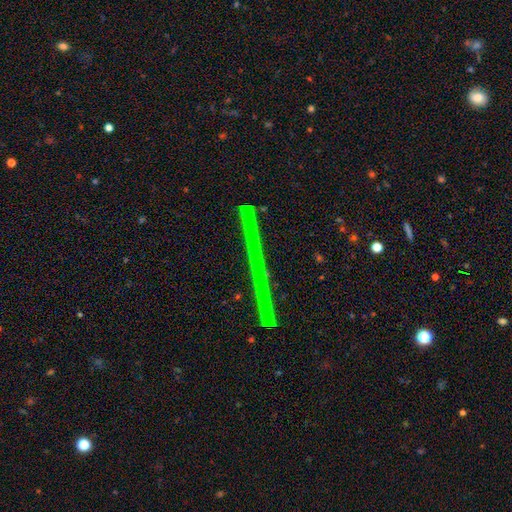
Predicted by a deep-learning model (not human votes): Overall: featured or disk (54%; star or artifact 27%). Edge-on disk: yes (95%). Edge-on bulge: none (81%). Merging: none (90%).